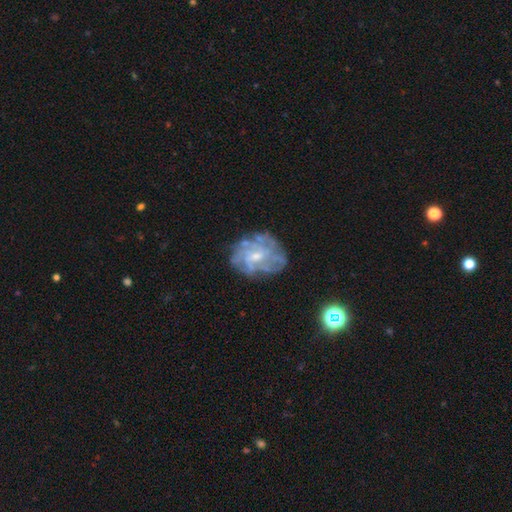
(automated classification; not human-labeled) This appears to be a featured or disk galaxy (75%) with no bar (52%), tight (49%) spiral arms (76%) and a small central bulge (57%). Merging: none (68%).